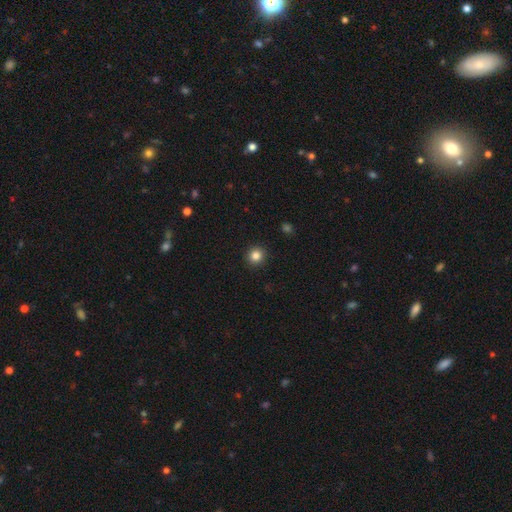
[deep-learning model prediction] Q: Smooth or featured?
A: smooth (84%); runner-up: star or artifact (11%)
Q: How rounded?
A: round (93%); runner-up: in between (6%)
Q: Merging?
A: none (92%); runner-up: minor disturbance (5%)